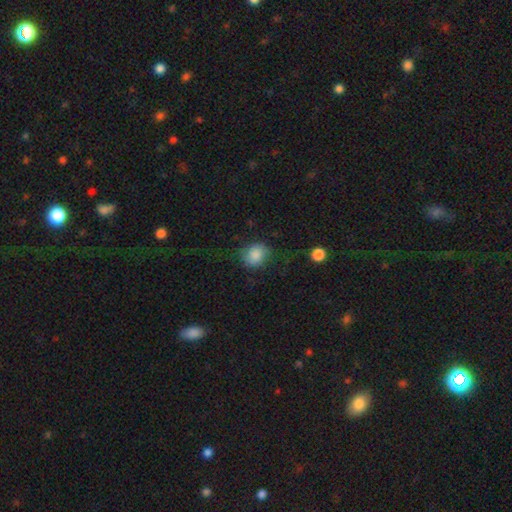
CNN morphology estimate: The model was most divided on "how rounded": round: 66%, in between: 33%, cigar-shaped: 1%. More confident: smooth or featured — smooth (85%); merging — none (69%).